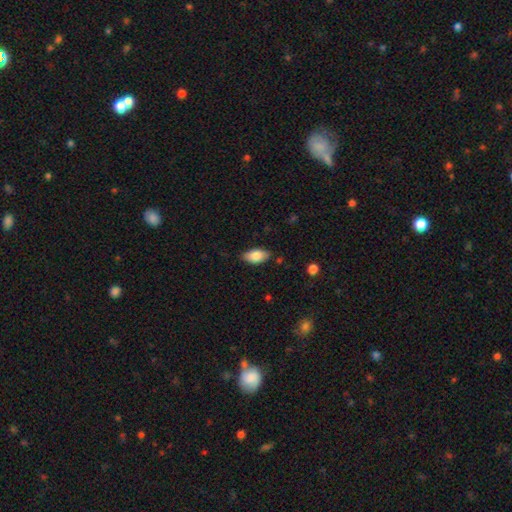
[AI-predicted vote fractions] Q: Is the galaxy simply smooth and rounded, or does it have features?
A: smooth — 83%.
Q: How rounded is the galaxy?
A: in between — 92%.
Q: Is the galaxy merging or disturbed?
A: none — 81%.